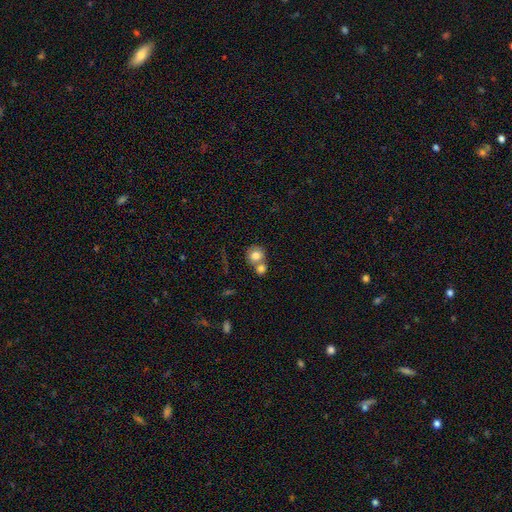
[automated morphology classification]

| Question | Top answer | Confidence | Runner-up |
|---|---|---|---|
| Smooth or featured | smooth | 77% | featured or disk (14%) |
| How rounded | round | 84% | in between (15%) |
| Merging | merger | 47% | none (42%) |